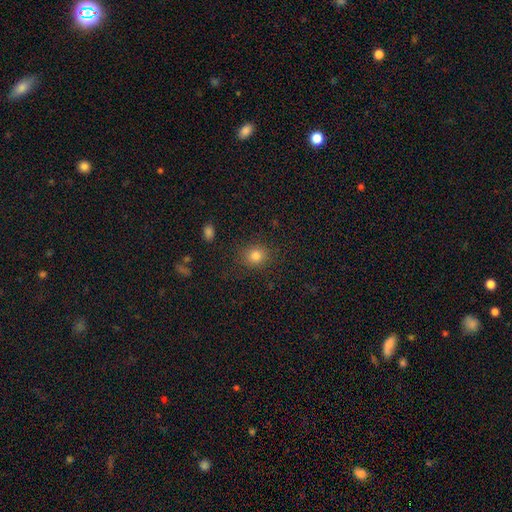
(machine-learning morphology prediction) The model was most divided on "how rounded": round: 80%, in between: 19%, cigar-shaped: 1%. More confident: merging — none (87%); smooth or featured — smooth (81%).